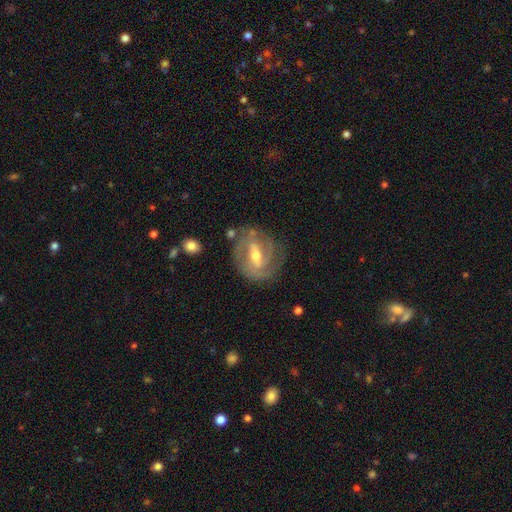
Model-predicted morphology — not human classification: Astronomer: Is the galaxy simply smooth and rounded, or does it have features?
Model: featured or disk — 84%.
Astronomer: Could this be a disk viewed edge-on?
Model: no — 95%.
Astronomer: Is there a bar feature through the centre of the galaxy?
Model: strong — 44% (runner-up: weak, 42%).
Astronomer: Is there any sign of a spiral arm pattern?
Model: yes — 91%.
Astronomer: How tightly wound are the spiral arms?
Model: tight — 52% (runner-up: medium, 37%).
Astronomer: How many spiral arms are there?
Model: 2 — 44% (runner-up: 3, 22%).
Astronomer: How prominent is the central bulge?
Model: moderate — 61%.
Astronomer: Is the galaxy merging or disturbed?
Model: none — 73%.